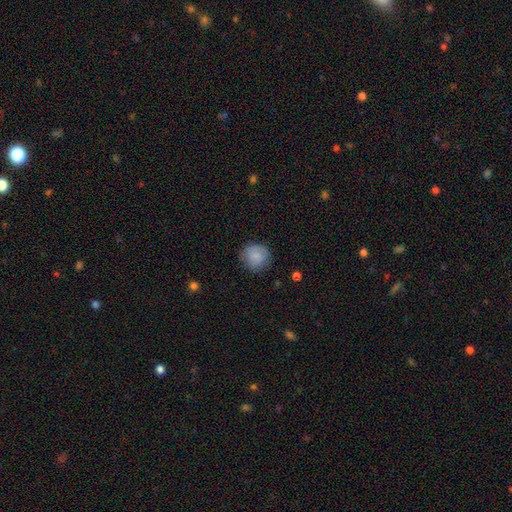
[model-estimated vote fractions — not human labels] smooth 79%, featured or disk 13%, star or artifact 7%. Down the decision tree: how rounded — round (89%); merging — none (79%).